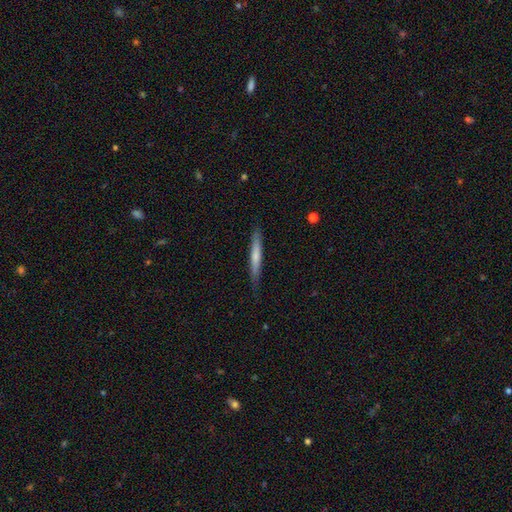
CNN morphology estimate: Smooth or featured?
  - smooth: 62% *
  - featured or disk: 33%
  - star or artifact: 6%
How rounded?
  - cigar-shaped: 95% *
  - in between: 3%
  - round: 1%
Merging?
  - none: 81% *
  - minor disturbance: 16%
  - major disturbance: 2%
  - merger: 1%